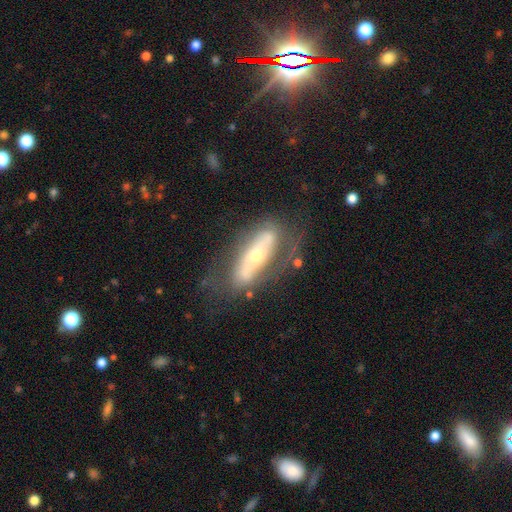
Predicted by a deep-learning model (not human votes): A featured or disk galaxy (66%).

Vote fractions:
- Smooth or featured? featured or disk: 66% / smooth: 27% / star or artifact: 7%
- Edge-on disk? no: 75% / yes: 25%
- Merging? none: 60% / minor disturbance: 20% / major disturbance: 16% / merger: 4%